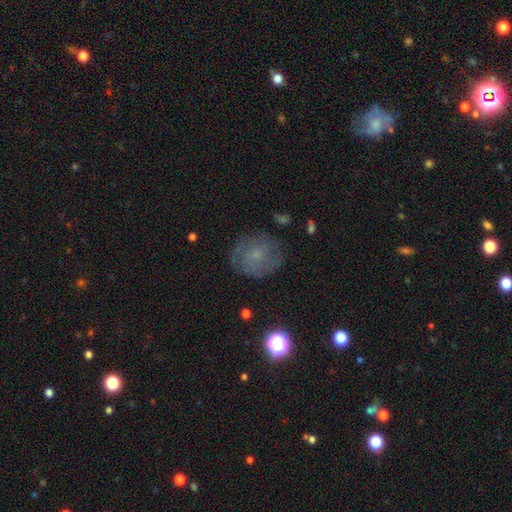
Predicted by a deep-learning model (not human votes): featured or disk 48%, smooth 38%, star or artifact 14%. Down the decision tree: merging — none (73%).